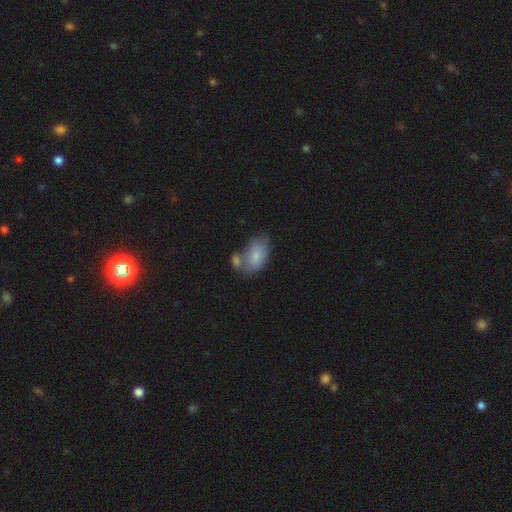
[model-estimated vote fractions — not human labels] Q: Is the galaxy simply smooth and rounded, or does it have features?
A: smooth — 79%.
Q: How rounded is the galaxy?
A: in between — 90%.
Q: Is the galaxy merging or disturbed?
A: merger — 37%.